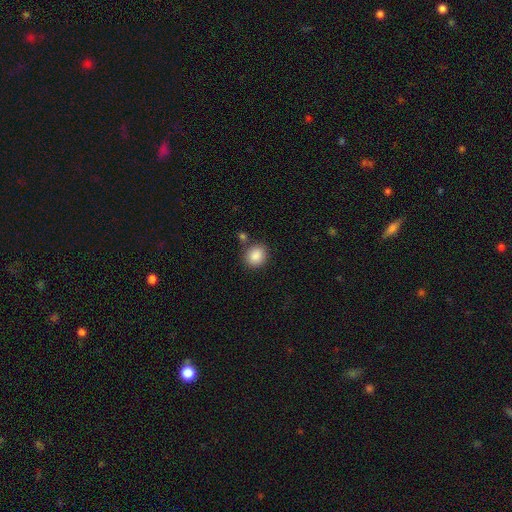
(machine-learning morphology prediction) smooth 88%, star or artifact 8%, featured or disk 4%. Down the decision tree: how rounded — round (76%); merging — none (76%).